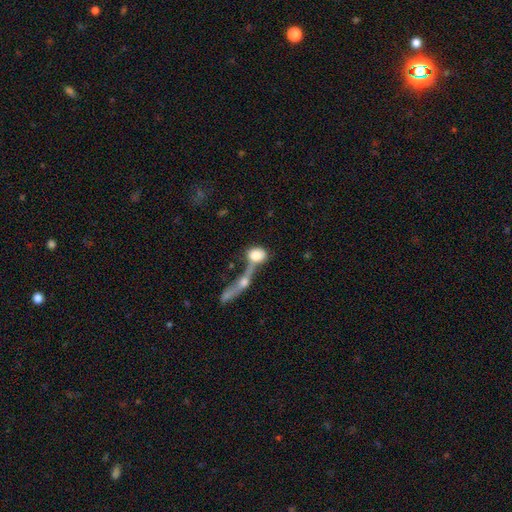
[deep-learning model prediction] A smooth galaxy with no disk features (72%) that is in between round and cigar-shaped (52%). Merging: merger (61%).